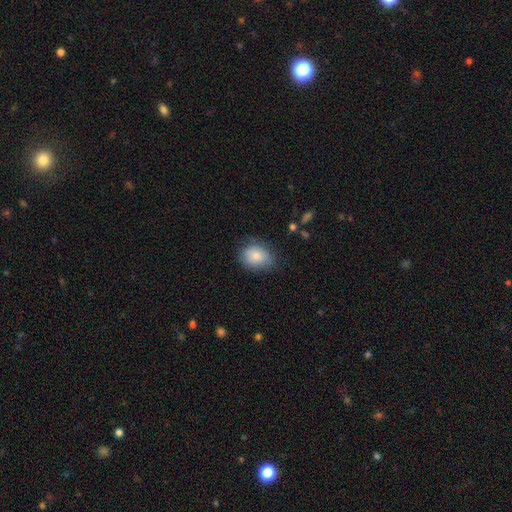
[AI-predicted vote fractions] Q: Smooth or featured?
A: smooth (83%); runner-up: featured or disk (10%)
Q: How rounded?
A: in between (63%); runner-up: round (36%)
Q: Merging?
A: none (70%); runner-up: minor disturbance (23%)